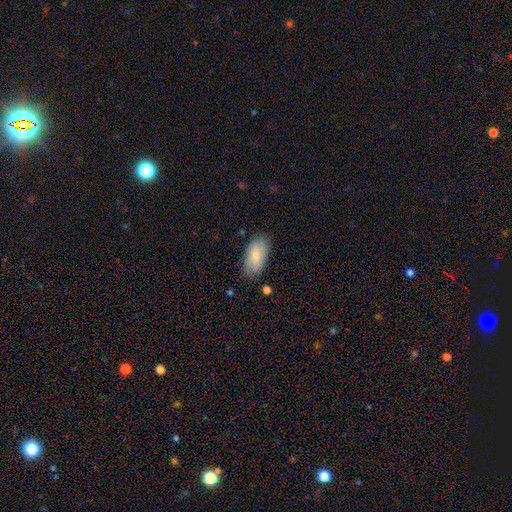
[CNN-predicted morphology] type=smooth (82%); roundness=in between (94%); merging=none (77%).